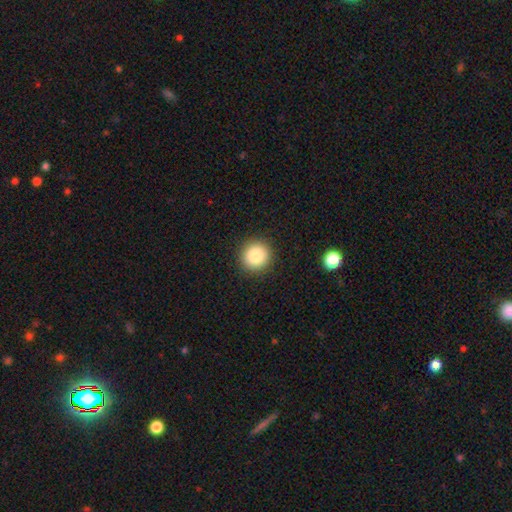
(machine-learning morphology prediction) Smooth or featured? Predicted: smooth (p=0.85). How rounded? Predicted: round (p=0.94). Merging? Predicted: none (p=0.92).